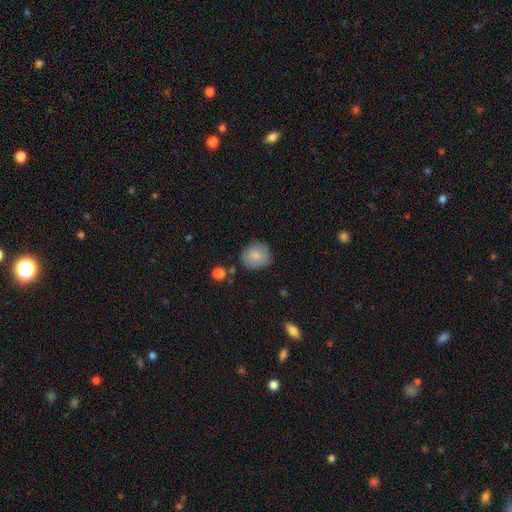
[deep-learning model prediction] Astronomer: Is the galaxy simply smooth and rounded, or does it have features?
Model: smooth — 83%.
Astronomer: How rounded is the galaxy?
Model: round — 78%.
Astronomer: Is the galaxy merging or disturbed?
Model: none — 77%.